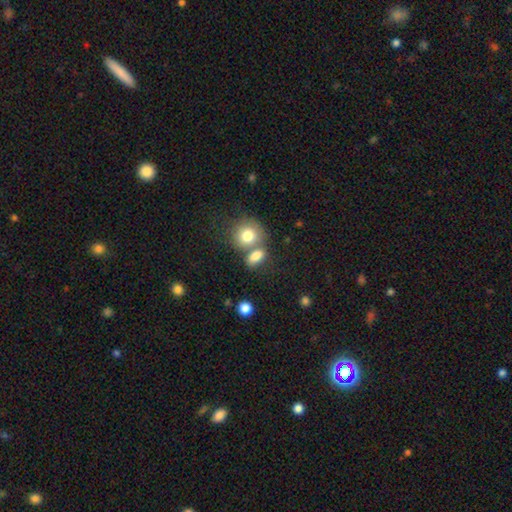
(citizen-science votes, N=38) A smooth galaxy with no disk features (89%) that is in between round and cigar-shaped (65%).

Vote fractions:
- Smooth or featured? smooth: 89% / star or artifact: 8% / featured or disk: 3%
- How rounded? in between: 65% / round: 32% / cigar-shaped: 3%
- Merging? none: 40% (tied) / merger: 40% (tied) / major disturbance: 14% / minor disturbance: 6%